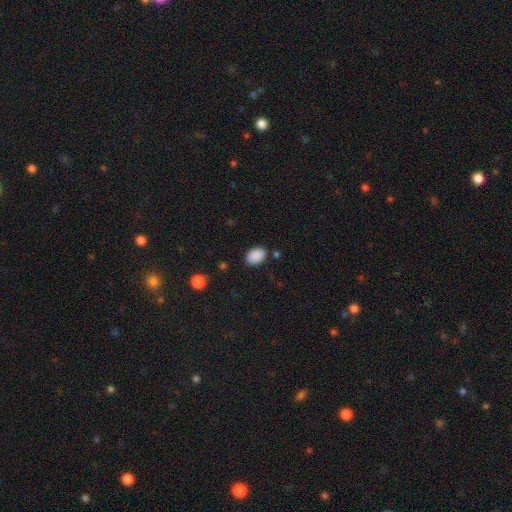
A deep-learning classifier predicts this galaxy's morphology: This is clearly a smooth galaxy (89%). How rounded: clearly in between (83%). Merging: clearly none (82%).